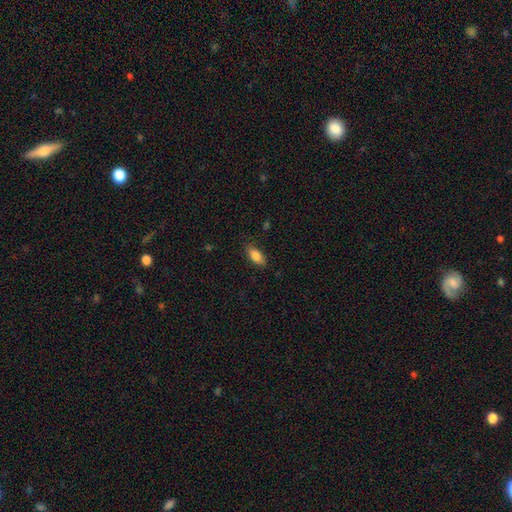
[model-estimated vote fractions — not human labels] Smooth or featured: smooth — 83% (featured or disk — 10%)
How rounded: in between — 85% (cigar-shaped — 12%)
Merging: none — 83% (minor disturbance — 13%)